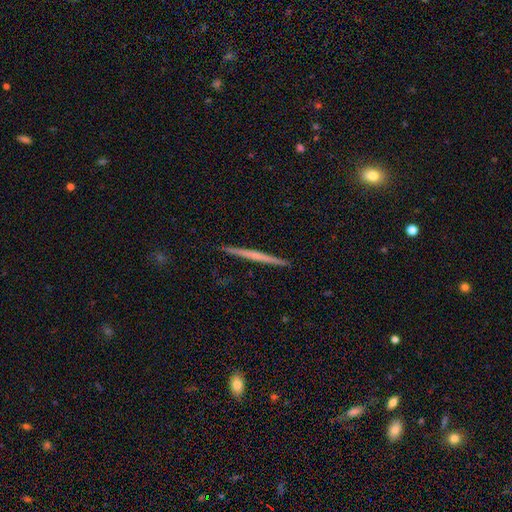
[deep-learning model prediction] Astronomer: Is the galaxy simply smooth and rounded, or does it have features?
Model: featured or disk — 58% (runner-up: smooth, 36%).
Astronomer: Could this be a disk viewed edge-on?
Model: yes — 98%.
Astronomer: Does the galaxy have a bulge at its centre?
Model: none — 78%.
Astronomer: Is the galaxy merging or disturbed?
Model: none — 93%.